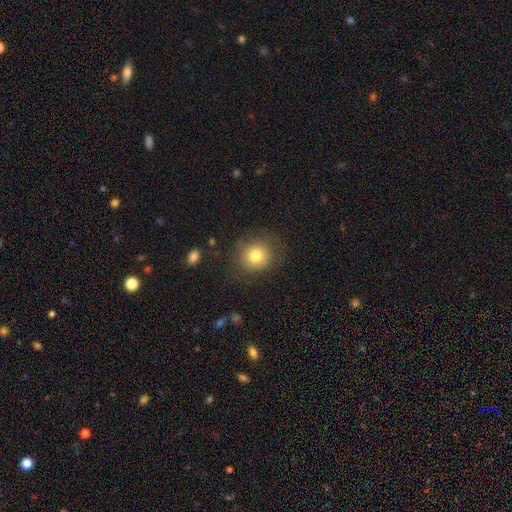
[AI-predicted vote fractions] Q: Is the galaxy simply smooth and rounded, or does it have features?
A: smooth — 78%.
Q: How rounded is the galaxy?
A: round — 83%.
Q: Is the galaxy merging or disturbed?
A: none — 82%.